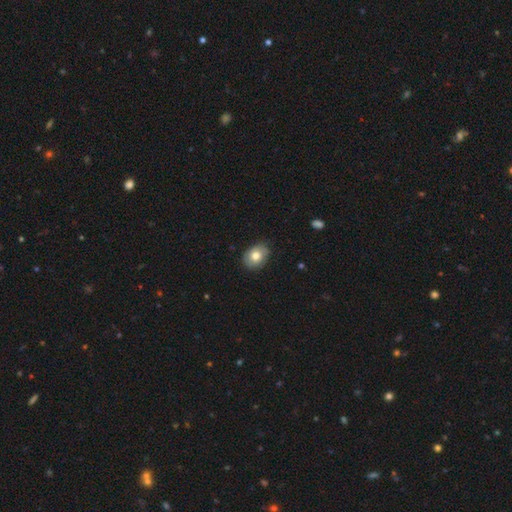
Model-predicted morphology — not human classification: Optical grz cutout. It shows a smooth galaxy with no disk features (77%) that is in between round and cigar-shaped (70%). Merging: none (83%).